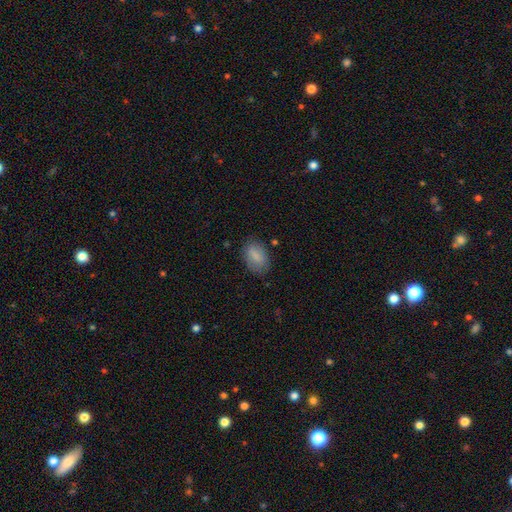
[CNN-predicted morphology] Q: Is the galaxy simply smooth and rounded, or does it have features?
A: smooth — 82%.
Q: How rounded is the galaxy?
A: in between — 89%.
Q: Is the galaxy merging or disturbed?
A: none — 77%.